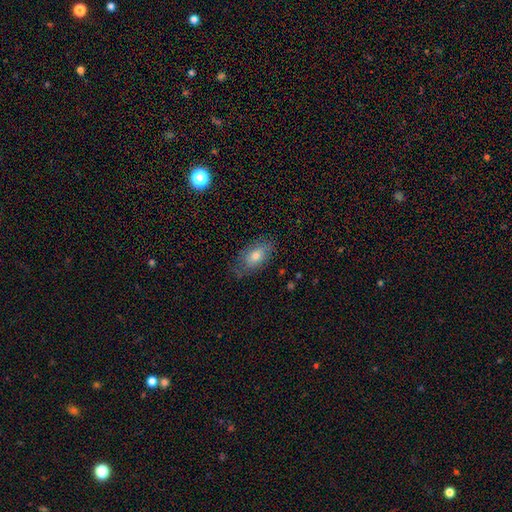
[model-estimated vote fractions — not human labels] Morphology: type=smooth (72%); roundness=in between (87%); merging=none (75%).